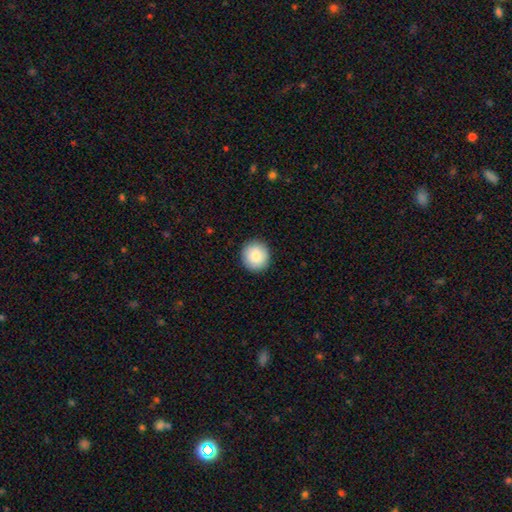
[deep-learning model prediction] Smooth or featured? Predicted: smooth (p=0.87). How rounded? Predicted: round (p=0.90). Merging? Predicted: none (p=0.91).